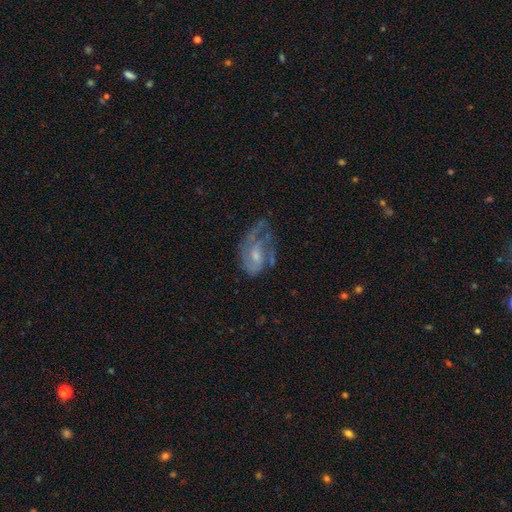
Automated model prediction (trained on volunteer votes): Q: Smooth or featured?
A: featured or disk (72%); runner-up: smooth (21%)
Q: Edge-on disk?
A: no (96%); runner-up: yes (4%)
Q: Bar?
A: no (58%); runner-up: weak (36%)
Q: Spiral arms?
A: yes (80%); runner-up: no (20%)
Q: Spiral winding?
A: medium (43%); runner-up: tight (34%)
Q: Spiral arm count?
A: 2 (41%); runner-up: can't tell (25%)
Q: Bulge size?
A: small (47%); runner-up: moderate (40%)
Q: Merging?
A: none (36%); runner-up: major disturbance (35%)